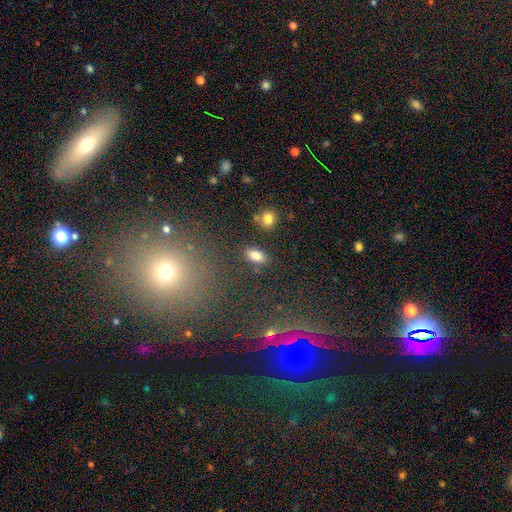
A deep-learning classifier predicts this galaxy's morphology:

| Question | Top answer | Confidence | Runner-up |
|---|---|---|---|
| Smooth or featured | smooth | 83% | star or artifact (10%) |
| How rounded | in between | 89% | round (8%) |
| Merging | none | 83% | minor disturbance (10%) |